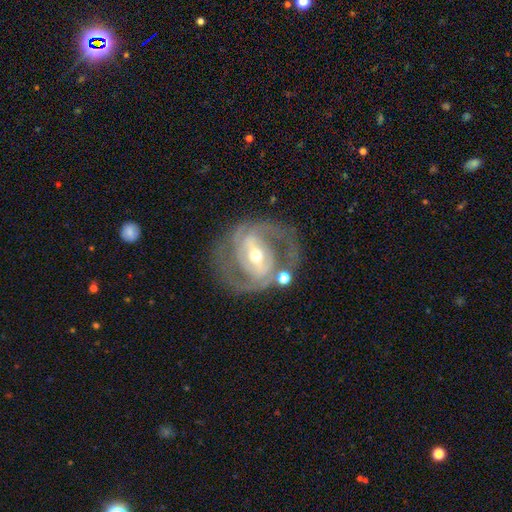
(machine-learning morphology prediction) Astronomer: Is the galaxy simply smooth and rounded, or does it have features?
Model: featured or disk — 89%.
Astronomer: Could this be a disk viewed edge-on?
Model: no — 96%.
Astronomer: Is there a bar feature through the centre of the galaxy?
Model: strong — 51% (runner-up: weak, 35%).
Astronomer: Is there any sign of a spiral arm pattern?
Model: yes — 95%.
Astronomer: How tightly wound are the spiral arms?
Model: tight — 46% (runner-up: medium, 44%).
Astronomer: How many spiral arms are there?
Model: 2 — 68%.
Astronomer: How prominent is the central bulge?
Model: moderate — 53% (runner-up: small, 43%).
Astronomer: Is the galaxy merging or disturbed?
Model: none — 69%.